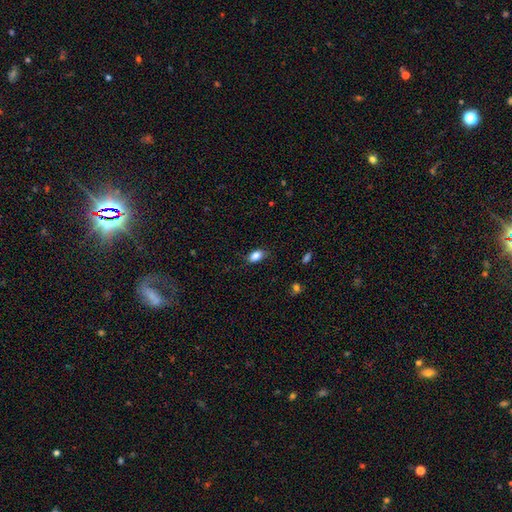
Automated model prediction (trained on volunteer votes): Smooth or featured: smooth — 86% (star or artifact — 9%)
How rounded: in between — 89% (round — 8%)
Merging: none — 80% (minor disturbance — 15%)